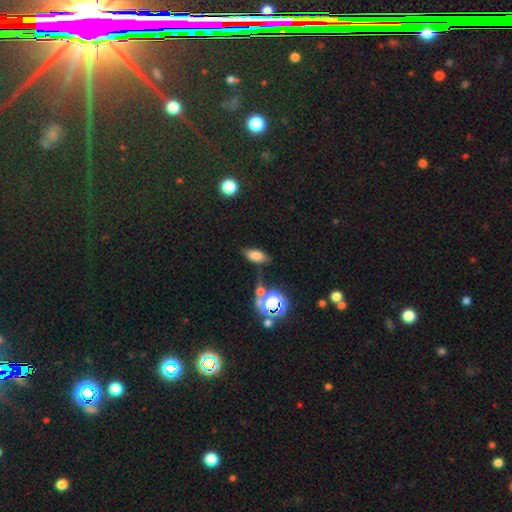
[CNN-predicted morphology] This appears to be a smooth galaxy with no disk features (69%) that is in between round and cigar-shaped (82%). Merging: none (60%).